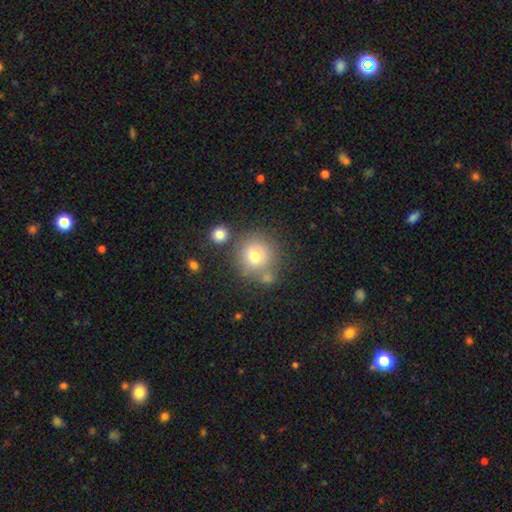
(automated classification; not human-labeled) A smooth galaxy with no disk features (73%) that is round (93%).

Vote fractions:
- Smooth or featured? smooth: 73% / featured or disk: 14% / star or artifact: 13%
- How rounded? round: 93% / in between: 6% / cigar-shaped: 1%
- Merging? none: 70% / merger: 14% / minor disturbance: 11% / major disturbance: 5%